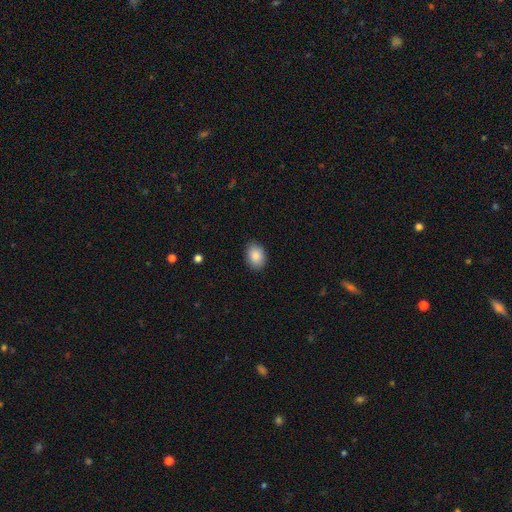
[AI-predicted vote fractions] Smooth or featured?
  - smooth: 88% *
  - star or artifact: 7%
  - featured or disk: 5%
How rounded?
  - in between: 75% *
  - round: 24%
  - cigar-shaped: 1%
Merging?
  - none: 87% *
  - minor disturbance: 10%
  - major disturbance: 2%
  - merger: 1%